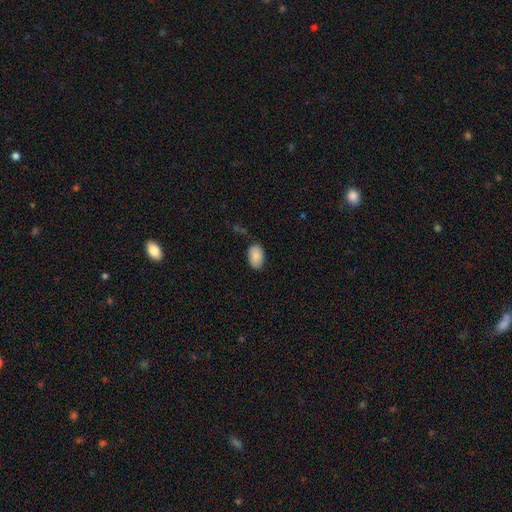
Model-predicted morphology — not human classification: smooth_or_featured: smooth (p=0.86) [alt: featured or disk p=0.07]
how_rounded: in between (p=0.90) [alt: round p=0.09]
merging: none (p=0.83) [alt: minor disturbance p=0.13]